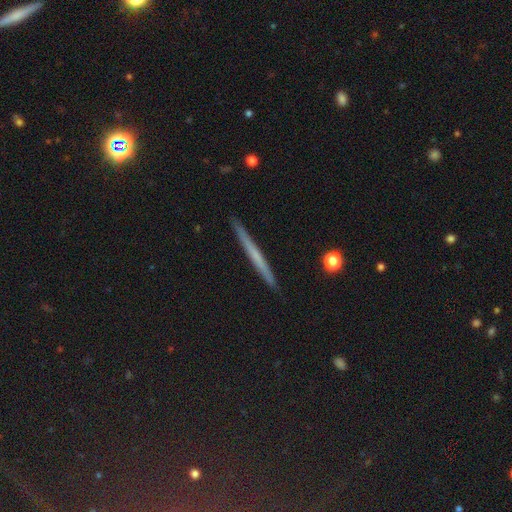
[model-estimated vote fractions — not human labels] smooth-or-featured: featured or disk: 49% | smooth: 44% | star or artifact: 7%
  merging: none: 92% | minor disturbance: 5% | major disturbance: 1% | merger: 1%